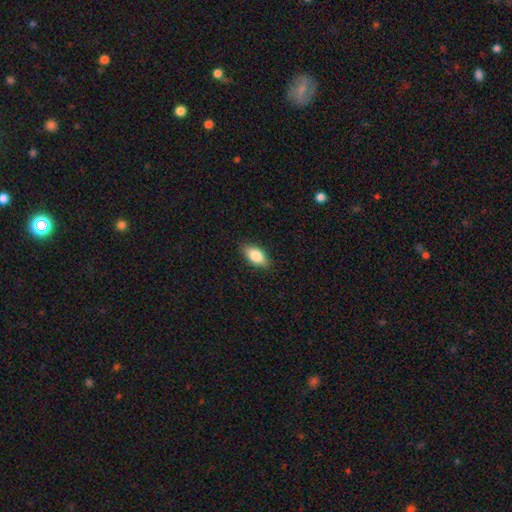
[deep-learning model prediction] Smooth or featured? Predicted: smooth (p=0.82). How rounded? Predicted: in between (p=0.89). Merging? Predicted: none (p=0.86).